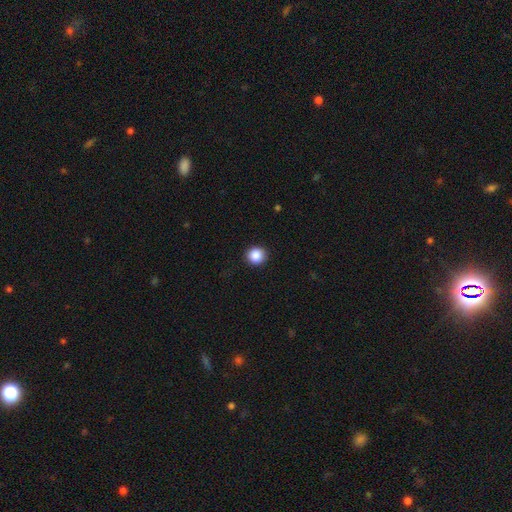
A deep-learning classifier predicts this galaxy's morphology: Smooth or featured? smooth (87%)
How rounded? round (93%)
Merging? none (92%)